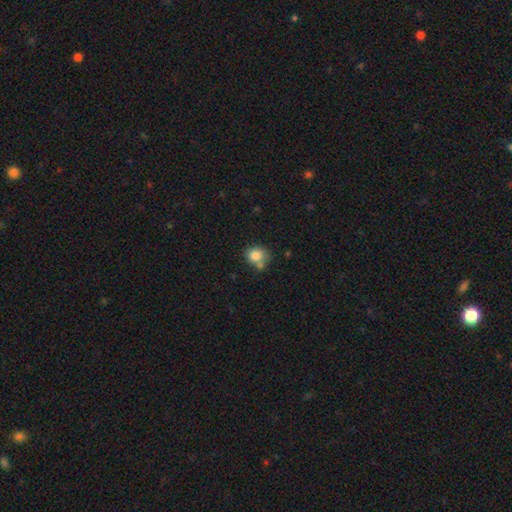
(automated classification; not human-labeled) smooth-or-featured: smooth: 82% | star or artifact: 10% | featured or disk: 9%
  how-rounded: round: 69% | in between: 30% | cigar-shaped: 1%
  merging: none: 52% | merger: 25% | minor disturbance: 17% | major disturbance: 5%